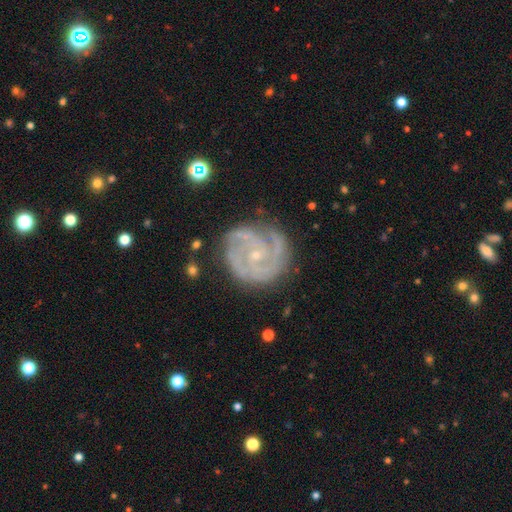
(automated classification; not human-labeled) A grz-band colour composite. It shows a featured or disk galaxy (88%) with no bar (72%), 3 (40%) tight (67%) spiral arms (98%) and a small central bulge (81%). Merging: none (75%).